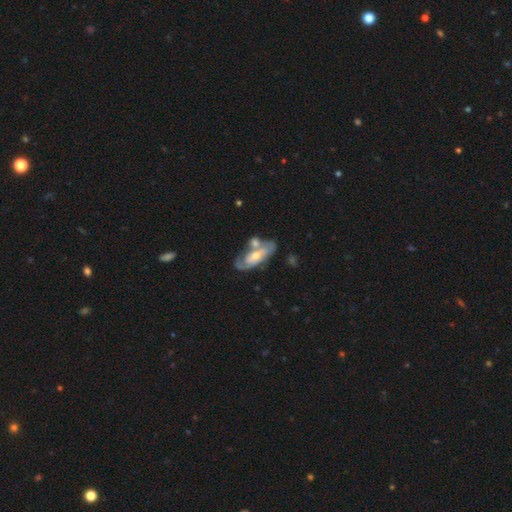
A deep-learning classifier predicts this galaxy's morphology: A featured or disk galaxy (66%) with no bar (65%), spiral arms (78%) and a moderate central bulge (53%). Merging: none (43%).